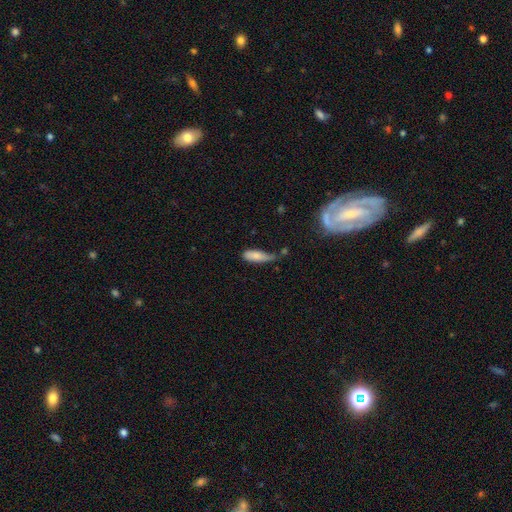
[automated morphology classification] smooth 79%, featured or disk 14%, star or artifact 7%. Down the decision tree: how rounded — in between (57%); merging — minor disturbance (40%).